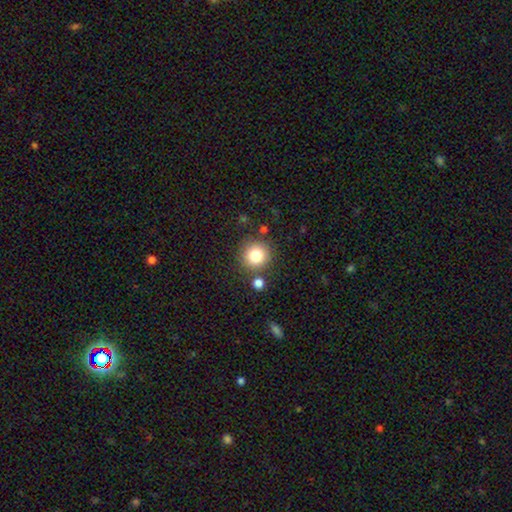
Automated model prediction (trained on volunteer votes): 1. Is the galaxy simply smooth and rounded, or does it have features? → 81% smooth, 11% star or artifact, 8% featured or disk.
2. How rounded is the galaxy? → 93% round, 6% in between, 1% cigar-shaped.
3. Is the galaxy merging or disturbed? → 81% none, 8% minor disturbance, 7% merger, 3% major disturbance.